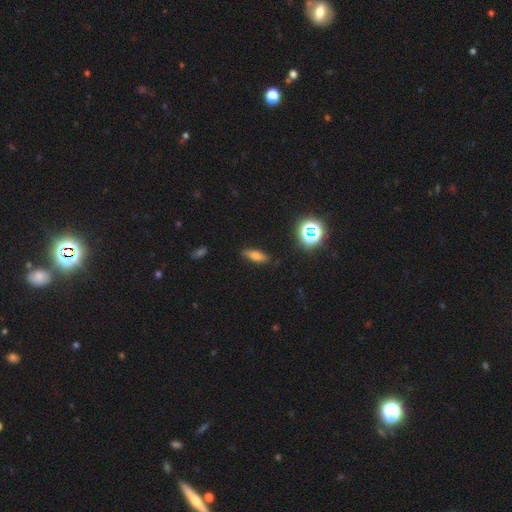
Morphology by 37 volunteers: Q: Smooth or featured?
A: smooth (70%); runner-up: featured or disk (24%)
Q: How rounded?
A: in between (65%); runner-up: cigar-shaped (27%)
Q: Merging?
A: none (86%); runner-up: minor disturbance (11%)